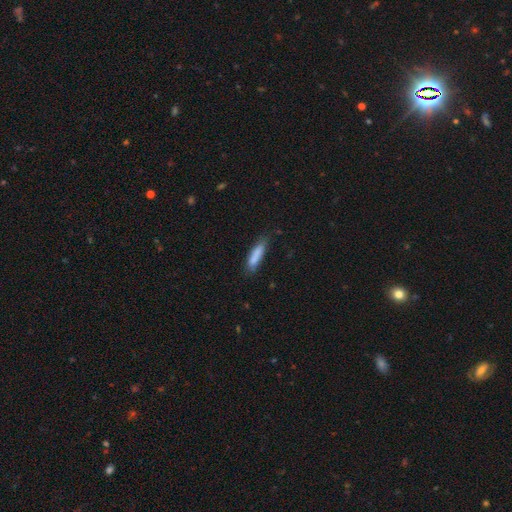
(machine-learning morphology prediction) Q: Smooth or featured?
A: smooth (85%); runner-up: featured or disk (9%)
Q: How rounded?
A: cigar-shaped (71%); runner-up: in between (28%)
Q: Merging?
A: none (73%); runner-up: minor disturbance (21%)